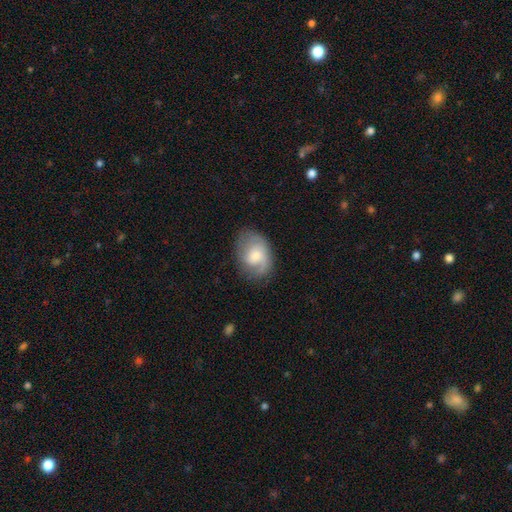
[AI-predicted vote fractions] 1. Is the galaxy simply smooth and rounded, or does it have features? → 59% featured or disk, 35% smooth, 7% star or artifact.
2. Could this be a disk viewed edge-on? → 97% no, 3% yes.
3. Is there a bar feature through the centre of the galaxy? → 60% no, 36% weak, 4% strong.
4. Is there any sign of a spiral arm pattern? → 88% yes, 12% no.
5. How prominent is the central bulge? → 49% moderate, 39% small, 7% large, 4% none, 1% dominant.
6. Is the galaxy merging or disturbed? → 70% none, 20% minor disturbance, 9% major disturbance, 1% merger.